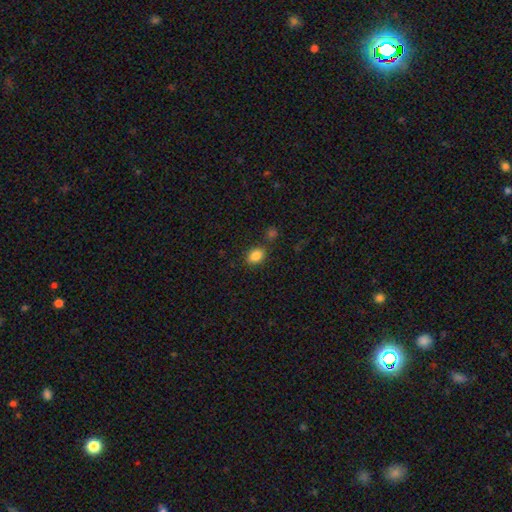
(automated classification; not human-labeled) This is clearly a smooth galaxy (86%). How rounded: likely in between (72%). Merging: likely none (77%).